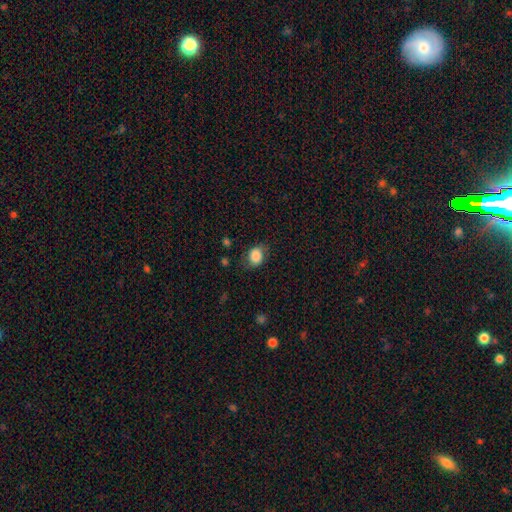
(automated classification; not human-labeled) smooth_or_featured: smooth (p=0.84) [alt: star or artifact p=0.08]
how_rounded: in between (p=0.51) [alt: round p=0.48]
merging: none (p=0.69) [alt: minor disturbance p=0.22]